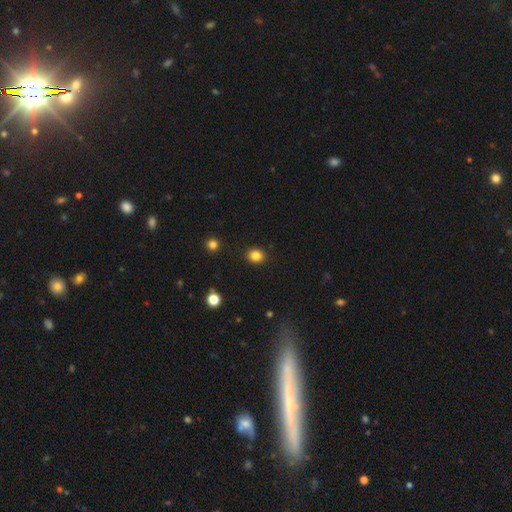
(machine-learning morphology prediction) type=smooth (84%); roundness=round (65%); merging=none (90%).